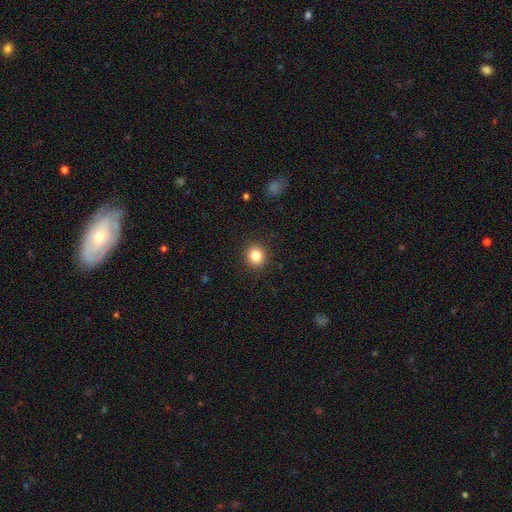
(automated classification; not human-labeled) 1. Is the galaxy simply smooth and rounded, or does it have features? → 84% smooth, 11% star or artifact, 5% featured or disk.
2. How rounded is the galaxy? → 86% round, 13% in between, 1% cigar-shaped.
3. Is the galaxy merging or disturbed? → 91% none, 6% minor disturbance, 2% major disturbance, 1% merger.